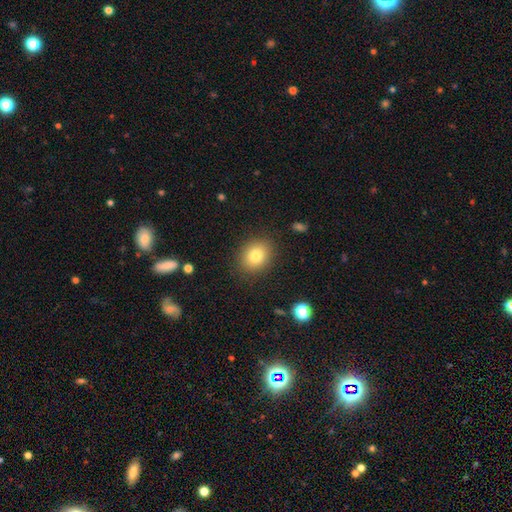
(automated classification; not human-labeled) smooth 79%, star or artifact 11%, featured or disk 10%. Down the decision tree: how rounded — round (59%); merging — none (87%).